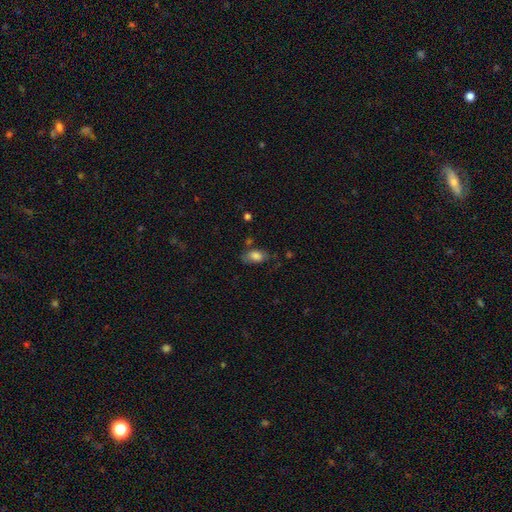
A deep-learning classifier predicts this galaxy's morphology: Smooth or featured? Predicted: smooth (p=0.77). How rounded? Predicted: in between (p=0.89). Merging? Predicted: none (p=0.56).